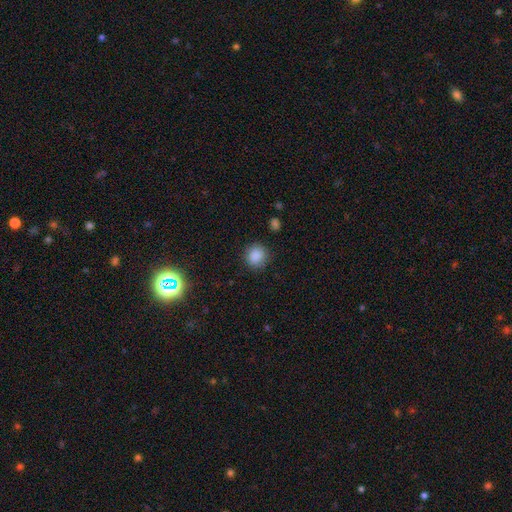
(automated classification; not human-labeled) Overall: smooth (86%). How rounded: round (87%). Merging: none (86%).